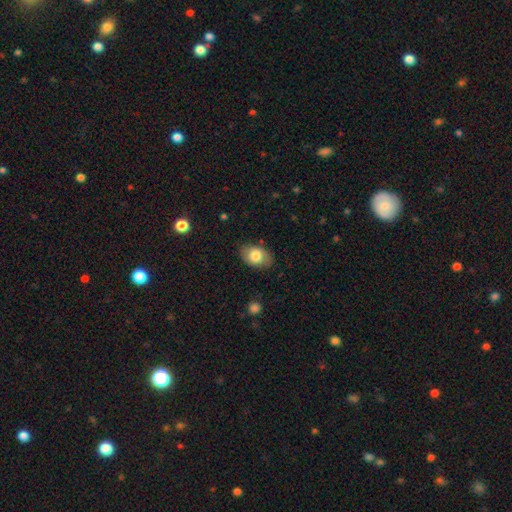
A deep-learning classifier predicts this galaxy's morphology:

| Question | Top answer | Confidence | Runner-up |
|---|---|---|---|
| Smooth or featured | smooth | 79% | featured or disk (14%) |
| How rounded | in between | 83% | round (16%) |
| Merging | none | 81% | minor disturbance (15%) |